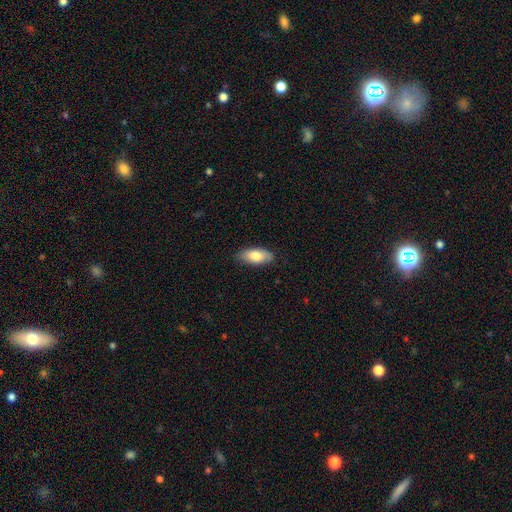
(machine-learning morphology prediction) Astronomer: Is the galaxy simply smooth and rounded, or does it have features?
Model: smooth — 79%.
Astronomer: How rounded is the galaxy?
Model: in between — 85%.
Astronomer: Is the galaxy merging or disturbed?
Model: none — 85%.